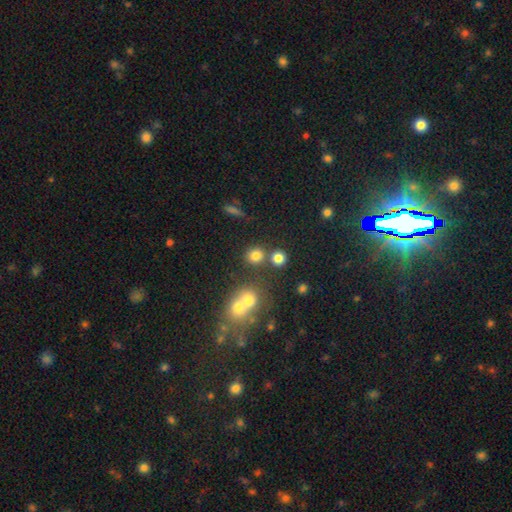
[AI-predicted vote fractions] Smooth or featured: smooth — 77% (star or artifact — 16%)
How rounded: round — 85% (in between — 13%)
Merging: none — 72% (merger — 16%)